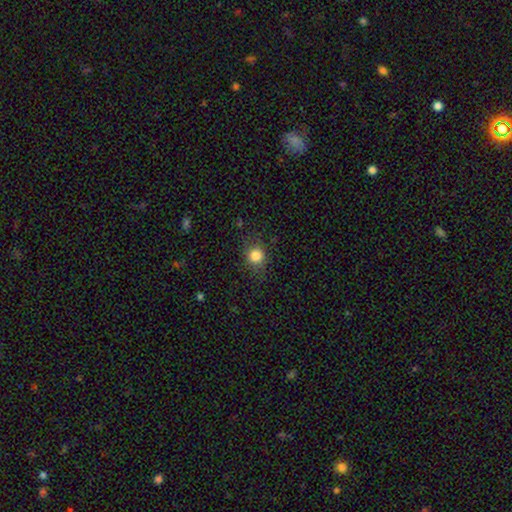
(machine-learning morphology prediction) The model was most divided on "how rounded": round: 80%, in between: 19%, cigar-shaped: 1%. More confident: smooth or featured — smooth (82%); merging — none (80%).